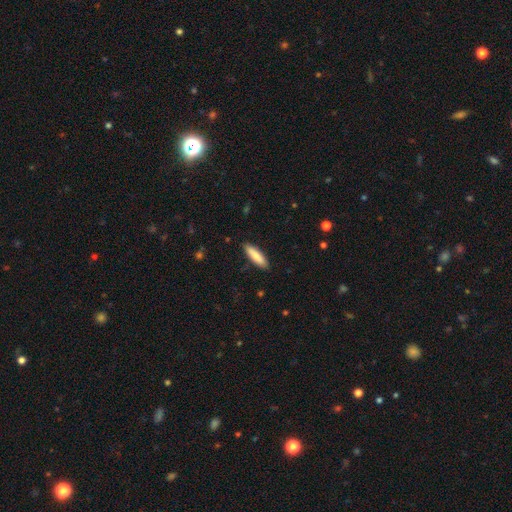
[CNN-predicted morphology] The model was most divided on "how rounded": cigar-shaped: 67%, in between: 31%, round: 1%. More confident: merging — none (89%); smooth or featured — smooth (84%).